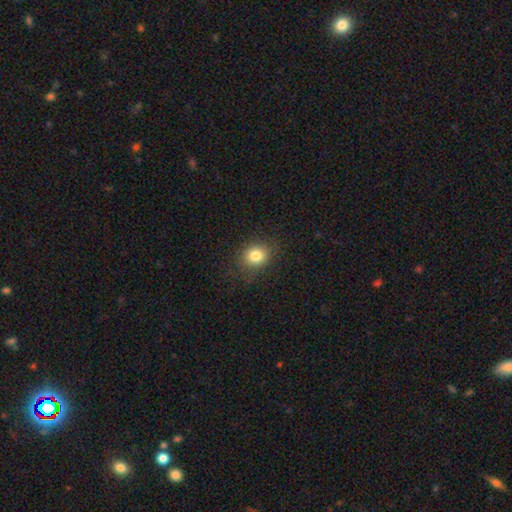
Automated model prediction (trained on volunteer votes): Overall: smooth (82%). How rounded: round (67%; in between 32%). Merging: none (83%).